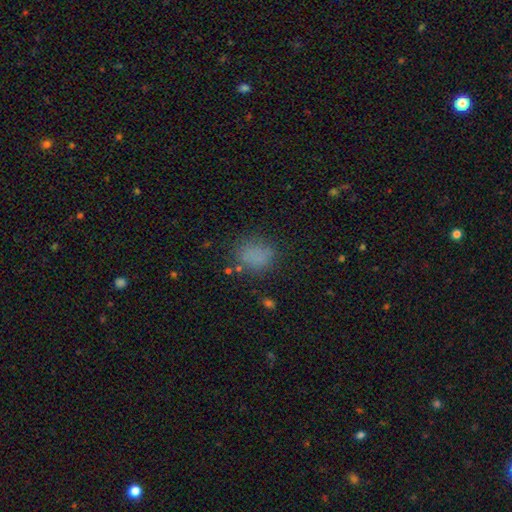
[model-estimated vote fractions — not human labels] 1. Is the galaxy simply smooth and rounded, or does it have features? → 78% smooth, 15% star or artifact, 7% featured or disk.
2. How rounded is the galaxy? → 54% round, 45% in between, 1% cigar-shaped.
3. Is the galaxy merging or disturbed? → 75% none, 16% minor disturbance, 7% major disturbance, 3% merger.